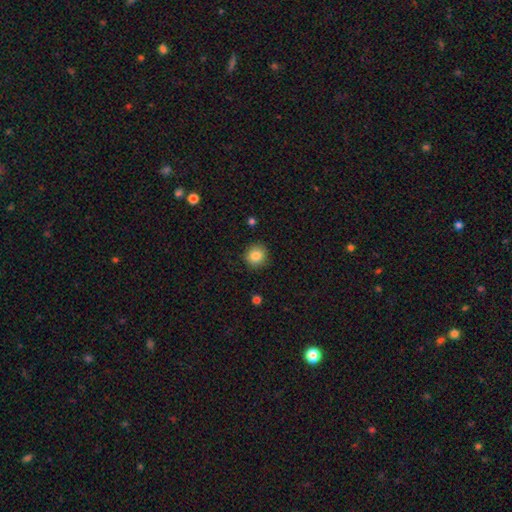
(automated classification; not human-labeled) Q: Smooth or featured?
A: smooth (85%); runner-up: star or artifact (10%)
Q: How rounded?
A: round (90%); runner-up: in between (9%)
Q: Merging?
A: none (90%); runner-up: minor disturbance (7%)